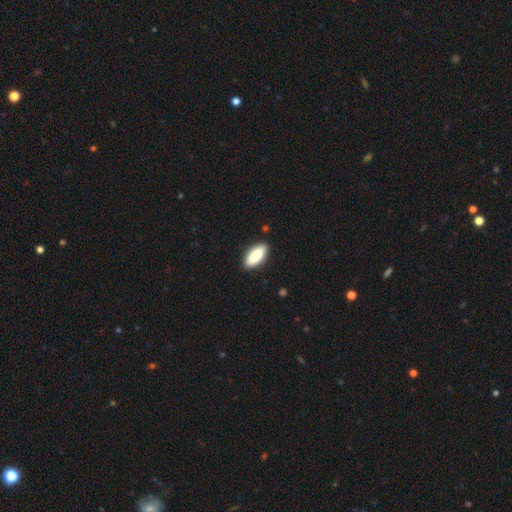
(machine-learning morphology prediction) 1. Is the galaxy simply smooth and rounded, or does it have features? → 86% smooth, 8% featured or disk, 6% star or artifact.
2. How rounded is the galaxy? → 89% in between, 9% cigar-shaped, 2% round.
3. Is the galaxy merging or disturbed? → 89% none, 8% minor disturbance, 2% major disturbance, 1% merger.